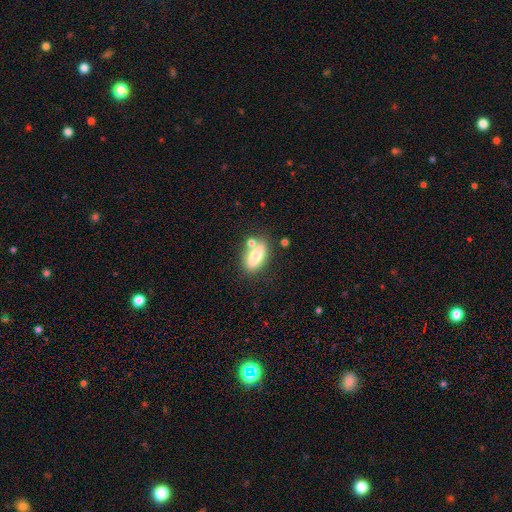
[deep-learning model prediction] Morphology: type=smooth (73%); roundness=in between (77%); merging=none (70%).